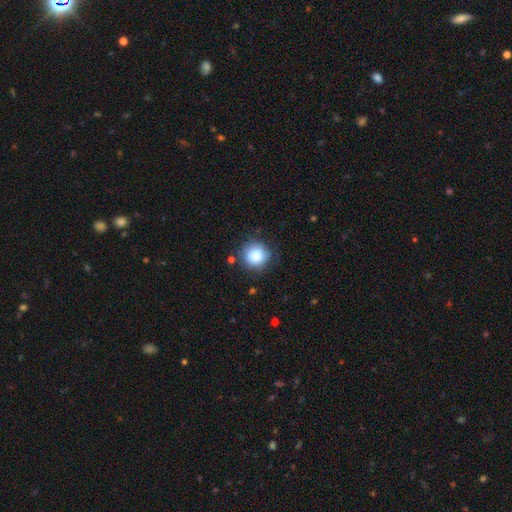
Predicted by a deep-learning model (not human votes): smooth 85%, star or artifact 9%, featured or disk 6%. Down the decision tree: how rounded — round (90%); merging — none (77%).